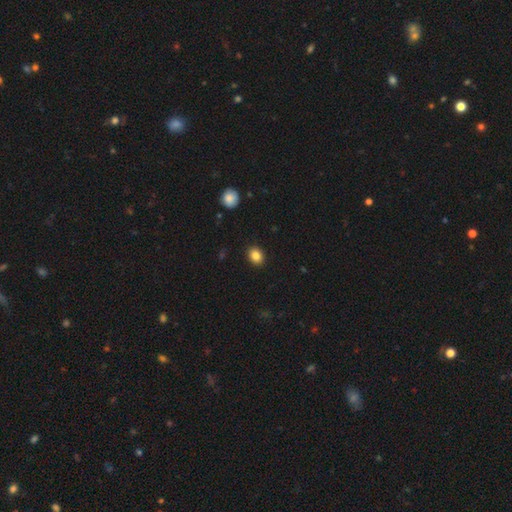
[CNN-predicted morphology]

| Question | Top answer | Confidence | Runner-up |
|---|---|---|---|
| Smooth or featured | smooth | 86% | star or artifact (9%) |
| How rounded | in between | 53% | round (46%) |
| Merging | none | 91% | minor disturbance (7%) |